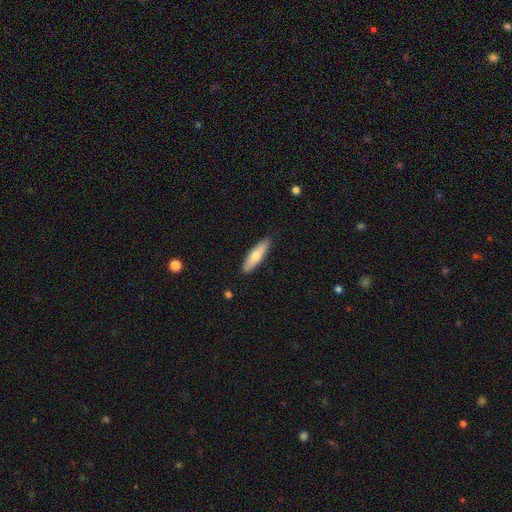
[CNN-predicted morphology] The model was most divided on "how rounded": cigar-shaped: 67%, in between: 31%, round: 2%. More confident: merging — none (89%); smooth or featured — smooth (66%).